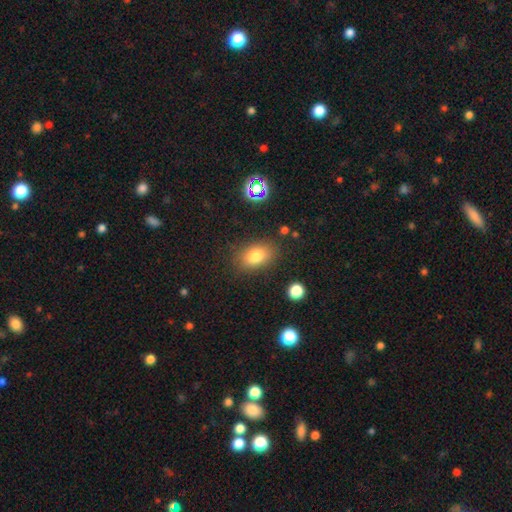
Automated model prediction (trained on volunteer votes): Morphology: type=smooth (78%); roundness=in between (82%); merging=none (82%).